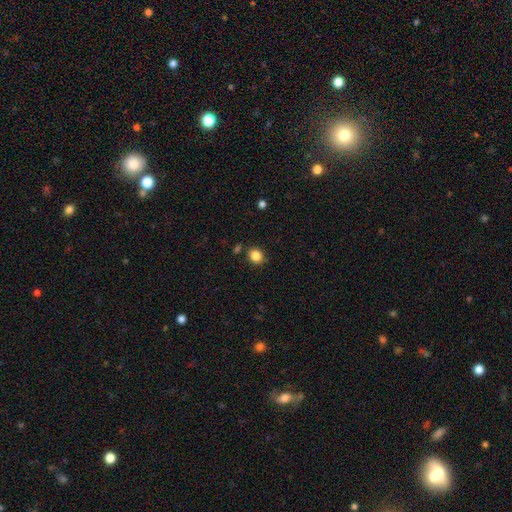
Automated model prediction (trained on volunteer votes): Morphology: type=smooth (85%); roundness=round (75%); merging=none (81%).